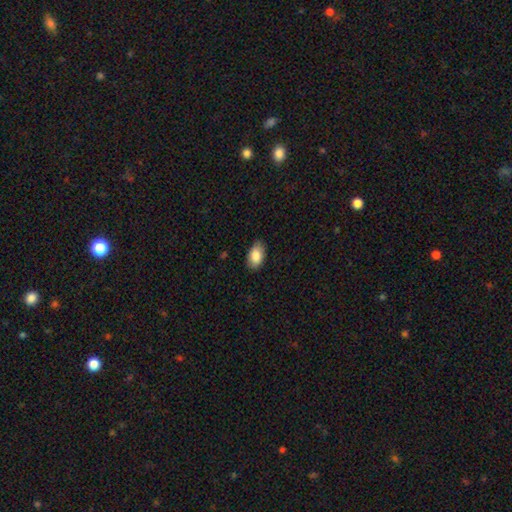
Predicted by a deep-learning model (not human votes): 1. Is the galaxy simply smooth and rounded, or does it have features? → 86% smooth, 8% featured or disk, 7% star or artifact.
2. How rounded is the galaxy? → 93% in between, 5% round, 2% cigar-shaped.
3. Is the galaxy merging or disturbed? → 83% none, 13% minor disturbance, 2% major disturbance, 1% merger.